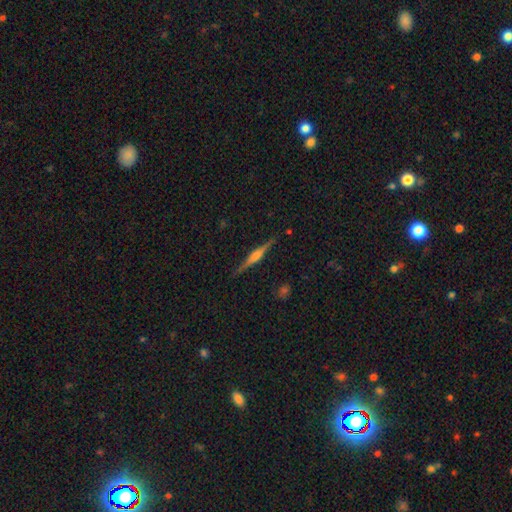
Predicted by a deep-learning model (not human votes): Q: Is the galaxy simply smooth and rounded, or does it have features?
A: featured or disk — 77%.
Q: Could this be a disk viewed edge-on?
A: yes — 98%.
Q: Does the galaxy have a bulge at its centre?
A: rounded — 76%.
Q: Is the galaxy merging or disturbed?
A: none — 90%.